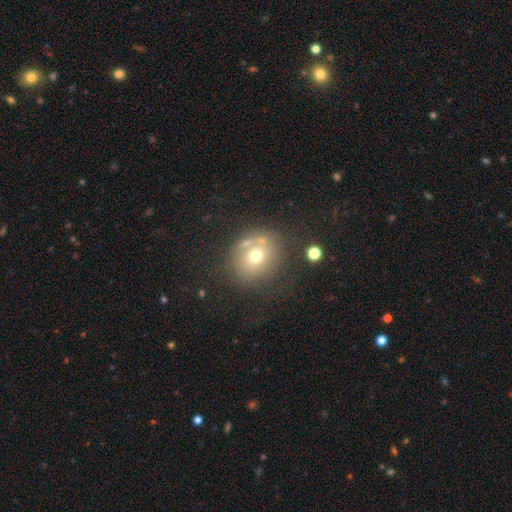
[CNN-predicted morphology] smooth_or_featured: smooth (p=0.61) [alt: featured or disk p=0.24]
how_rounded: round (p=0.71) [alt: in between p=0.28]
merging: none (p=0.59) [alt: minor disturbance p=0.17]